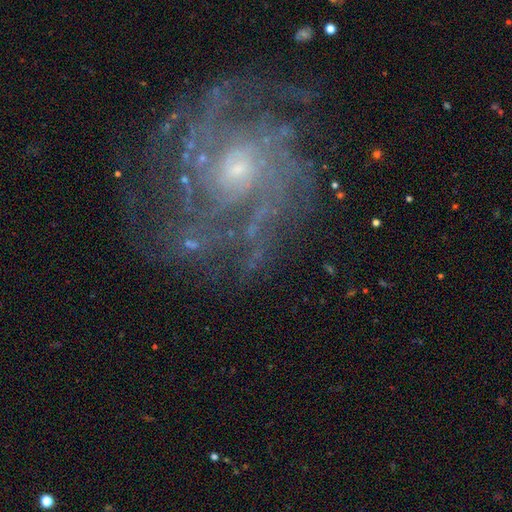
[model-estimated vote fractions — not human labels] Smooth or featured?
  - featured or disk: 87% *
  - star or artifact: 9%
  - smooth: 5%
Edge-on disk?
  - no: 98% *
  - yes: 2%
Bar?
  - no: 69% *
  - weak: 25%
  - strong: 6%
Spiral arms?
  - yes: 96% *
  - no: 4%
Spiral winding?
  - tight: 55% *
  - medium: 36%
  - loose: 9%
Spiral arm count?
  - can't tell: 27% *
  - 2: 19%
  - 3: 17%
  - 4: 16%
  - more than 4: 12%
  - 1: 9%
Bulge size?
  - small: 72% *
  - moderate: 22%
  - none: 3%
  - large: 2%
  - dominant: 1%
Merging?
  - none: 71% *
  - minor disturbance: 15%
  - major disturbance: 12%
  - merger: 2%